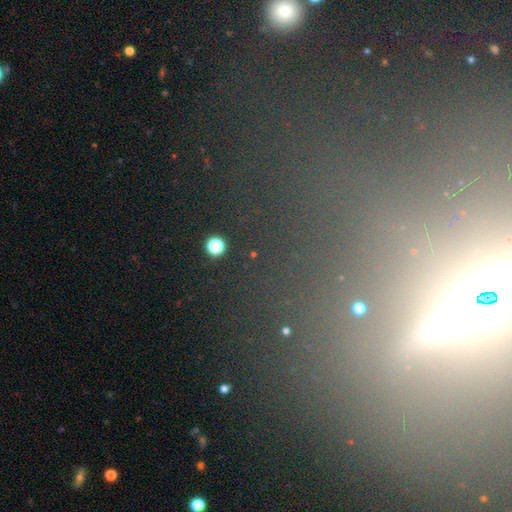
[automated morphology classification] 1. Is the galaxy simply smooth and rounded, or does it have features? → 62% star or artifact, 22% smooth, 16% featured or disk.